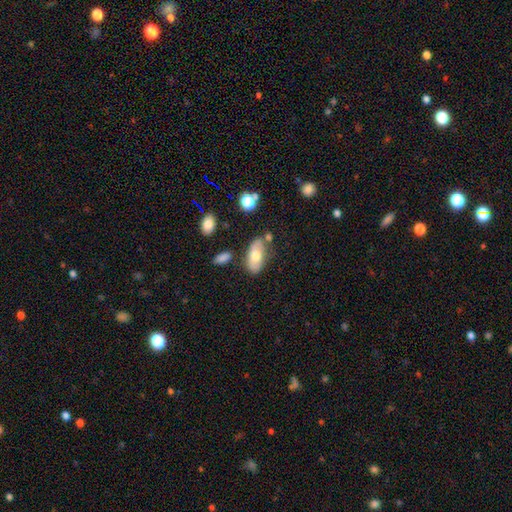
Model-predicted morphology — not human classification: This appears to be a smooth galaxy with no disk features (66%) that is in between round and cigar-shaped (90%). Merging: none (66%).